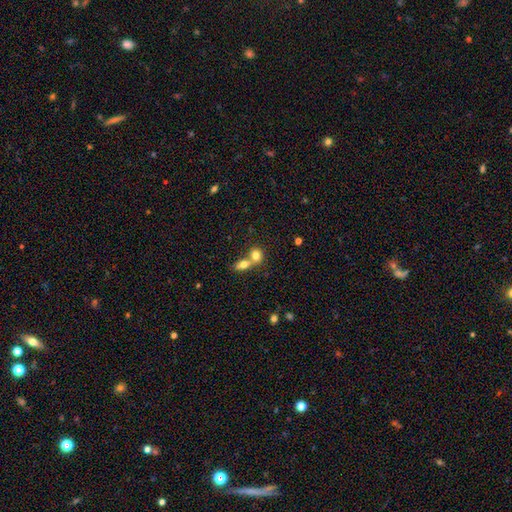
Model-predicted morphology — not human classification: Smooth or featured?
  - smooth: 78% *
  - featured or disk: 12%
  - star or artifact: 9%
How rounded?
  - round: 56% *
  - in between: 42%
  - cigar-shaped: 3%
Merging?
  - merger: 62% *
  - none: 29%
  - minor disturbance: 6%
  - major disturbance: 3%